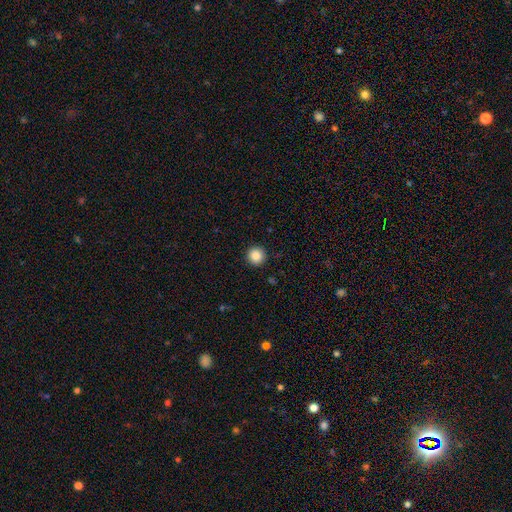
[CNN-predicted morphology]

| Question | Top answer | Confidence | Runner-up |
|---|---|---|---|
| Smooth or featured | smooth | 87% | star or artifact (9%) |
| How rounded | round | 96% | in between (3%) |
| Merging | none | 93% | minor disturbance (4%) |